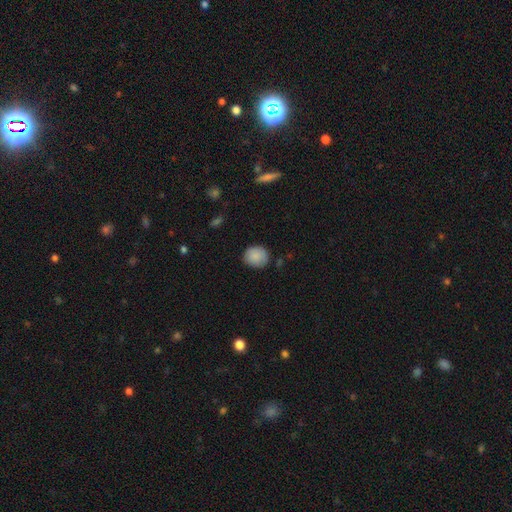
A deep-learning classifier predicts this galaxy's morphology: Q: Smooth or featured?
A: smooth (87%); runner-up: star or artifact (7%)
Q: How rounded?
A: round (80%); runner-up: in between (19%)
Q: Merging?
A: none (83%); runner-up: minor disturbance (14%)